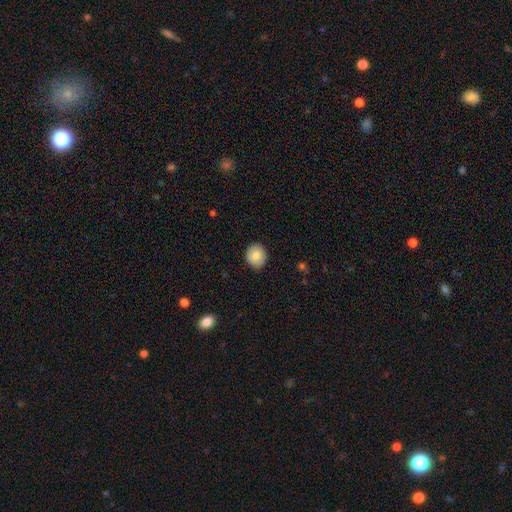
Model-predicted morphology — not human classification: Q: Smooth or featured?
A: smooth (84%); runner-up: featured or disk (8%)
Q: How rounded?
A: round (67%); runner-up: in between (32%)
Q: Merging?
A: none (88%); runner-up: minor disturbance (9%)